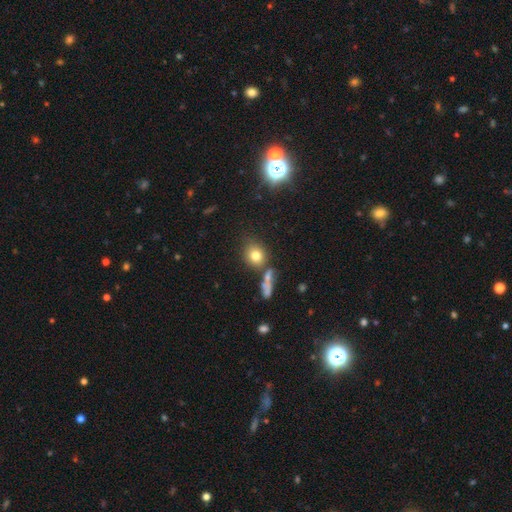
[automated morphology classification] The model was most divided on "how rounded": round: 69%, in between: 29%, cigar-shaped: 2%. More confident: smooth or featured — smooth (78%); merging — none (65%).